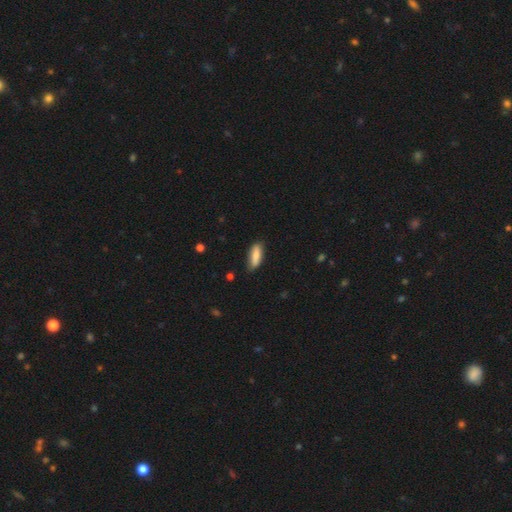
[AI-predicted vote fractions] smooth 78%, featured or disk 16%, star or artifact 6%. Down the decision tree: how rounded — in between (61%); merging — none (80%).